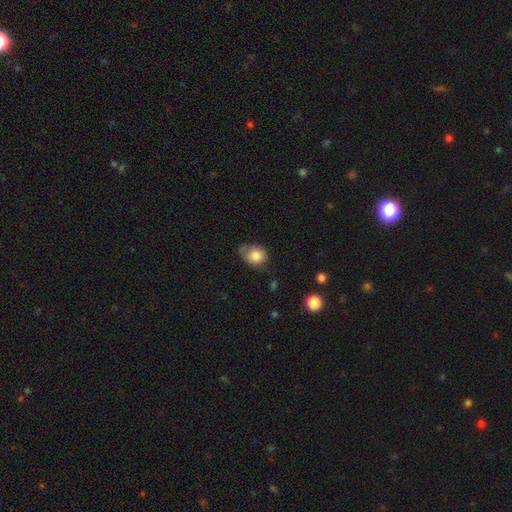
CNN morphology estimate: This is likely a smooth galaxy (80%). How rounded: possibly in between (59%). Merging: marginally none (42%).